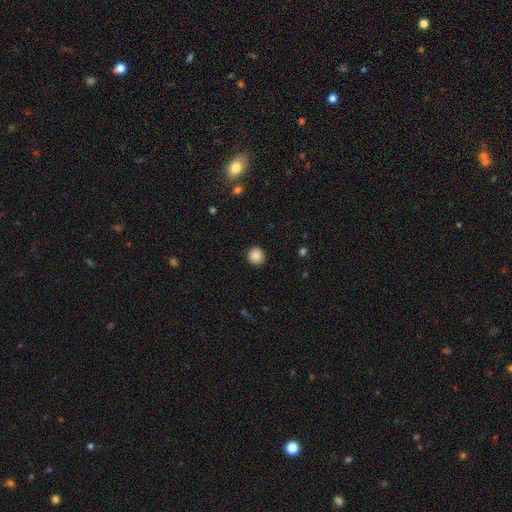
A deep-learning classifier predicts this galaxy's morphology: A smooth galaxy with no disk features (88%) that is round (92%). Merging: none (91%).